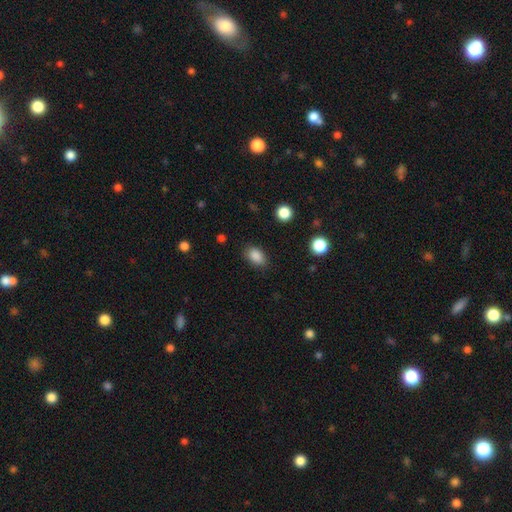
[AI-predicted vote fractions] Morphology: type=smooth (87%); roundness=in between (86%); merging=none (83%).